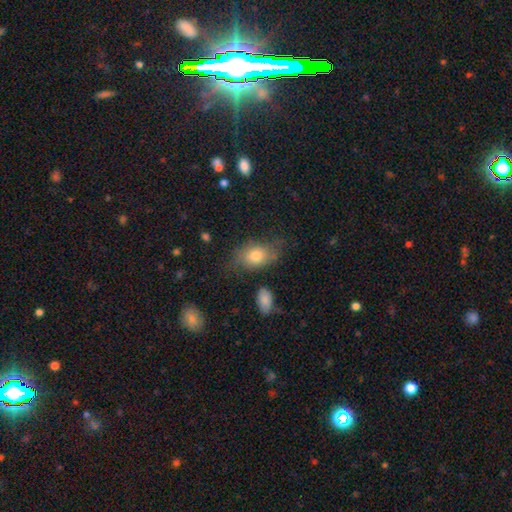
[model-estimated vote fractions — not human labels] Smooth or featured? Predicted: smooth (p=0.73). How rounded? Predicted: in between (p=0.78). Merging? Predicted: none (p=0.59).